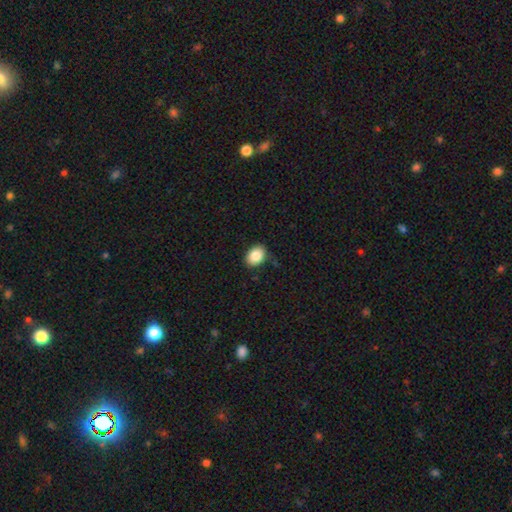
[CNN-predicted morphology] Overall: smooth (86%). How rounded: in between (70%). Merging: none (86%).